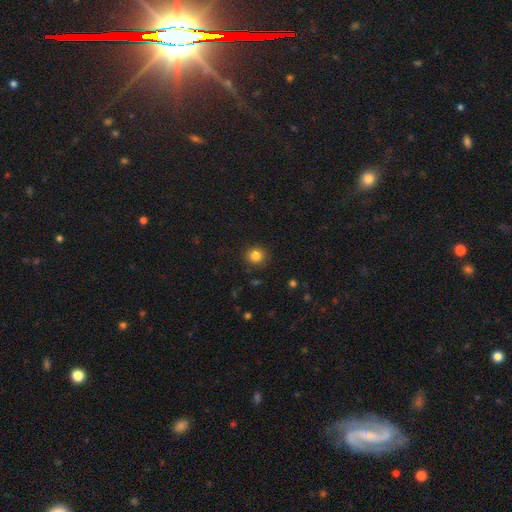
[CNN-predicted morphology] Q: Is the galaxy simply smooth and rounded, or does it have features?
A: smooth — 84%.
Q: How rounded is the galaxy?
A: round — 92%.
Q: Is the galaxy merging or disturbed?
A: none — 90%.